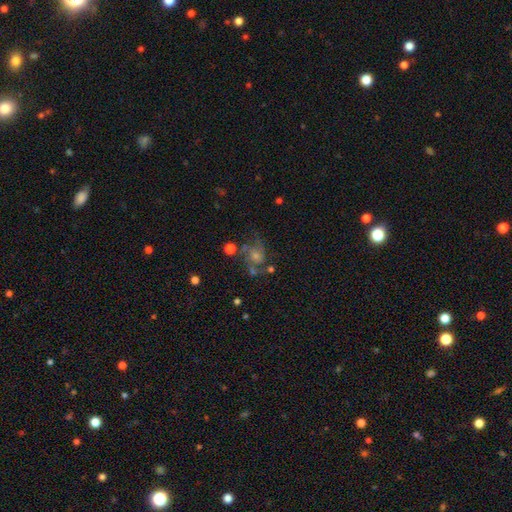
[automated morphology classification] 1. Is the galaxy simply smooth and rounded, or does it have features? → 61% featured or disk, 20% star or artifact, 19% smooth.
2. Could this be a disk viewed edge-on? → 97% no, 3% yes.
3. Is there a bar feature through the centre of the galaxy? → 69% no, 26% weak, 5% strong.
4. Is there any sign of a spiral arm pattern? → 85% yes, 15% no.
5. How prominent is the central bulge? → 41% moderate, 39% small, 10% none, 7% large, 2% dominant.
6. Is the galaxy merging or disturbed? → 54% none, 19% major disturbance, 18% minor disturbance, 10% merger.